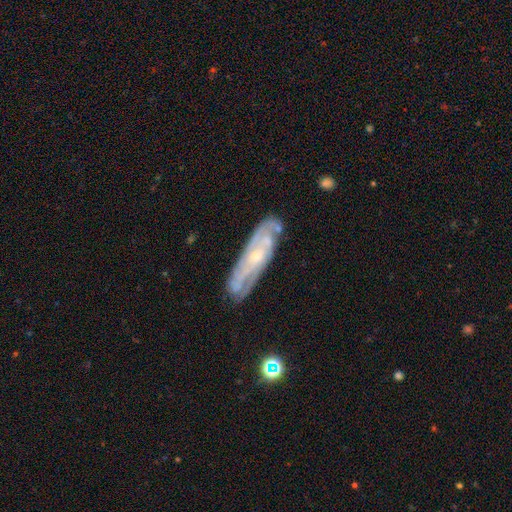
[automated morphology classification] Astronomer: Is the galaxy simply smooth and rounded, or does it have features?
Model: featured or disk — 78%.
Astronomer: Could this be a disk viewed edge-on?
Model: no — 75%.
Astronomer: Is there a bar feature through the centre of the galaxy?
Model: no — 66%.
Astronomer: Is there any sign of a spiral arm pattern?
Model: yes — 87%.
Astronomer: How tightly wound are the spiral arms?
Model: tight — 58%.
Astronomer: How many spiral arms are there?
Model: can't tell — 44% (runner-up: 2, 27%).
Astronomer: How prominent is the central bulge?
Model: small — 68%.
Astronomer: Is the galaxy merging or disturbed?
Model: none — 77%.